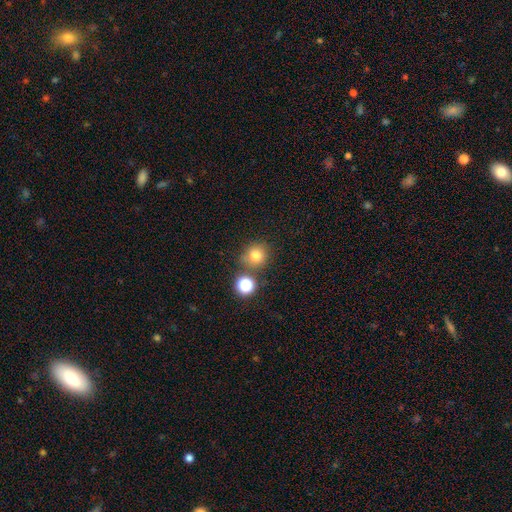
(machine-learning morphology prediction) A smooth galaxy with no disk features (77%) that is round (89%). Merging: none (74%).